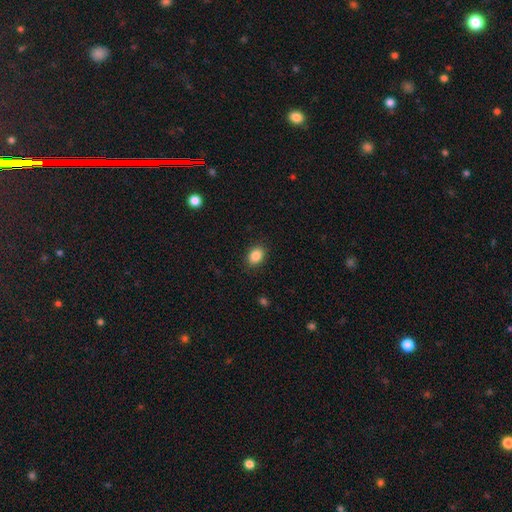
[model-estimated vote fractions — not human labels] A smooth galaxy with no disk features (87%) that is in between round and cigar-shaped (69%). Merging: none (89%).